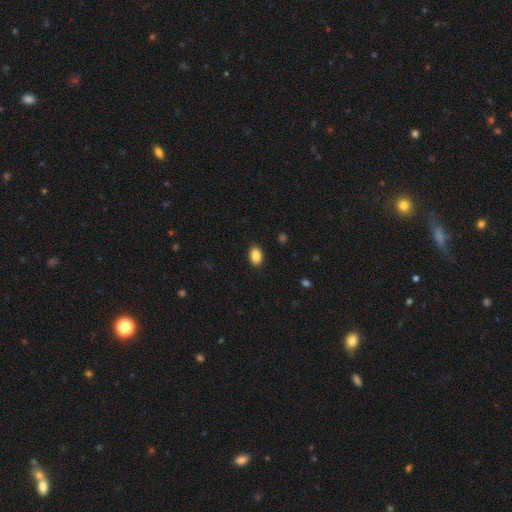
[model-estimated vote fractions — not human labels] Smooth or featured?
  - smooth: 88% *
  - star or artifact: 8%
  - featured or disk: 4%
How rounded?
  - in between: 83% *
  - round: 16%
  - cigar-shaped: 1%
Merging?
  - none: 88% *
  - minor disturbance: 8%
  - major disturbance: 2%
  - merger: 1%